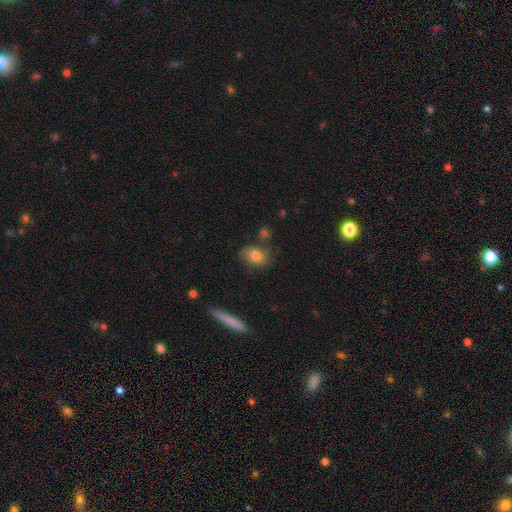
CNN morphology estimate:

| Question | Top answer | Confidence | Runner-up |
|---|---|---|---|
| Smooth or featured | smooth | 71% | featured or disk (21%) |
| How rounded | in between | 68% | round (29%) |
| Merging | none | 62% | minor disturbance (22%) |